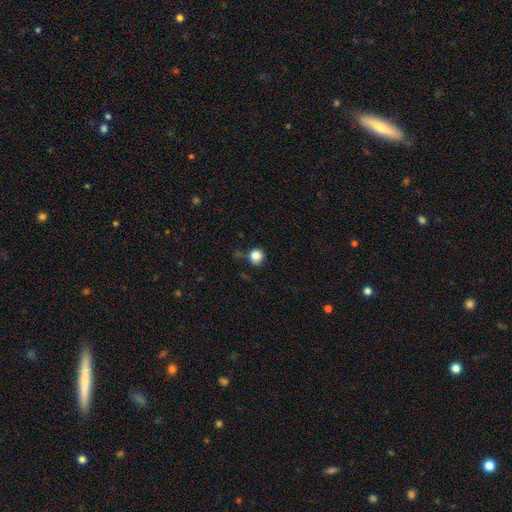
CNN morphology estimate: Smooth or featured?
  - smooth: 85% *
  - star or artifact: 11%
  - featured or disk: 4%
How rounded?
  - round: 92% *
  - in between: 7%
  - cigar-shaped: 1%
Merging?
  - none: 78% *
  - minor disturbance: 14%
  - merger: 4%
  - major disturbance: 4%